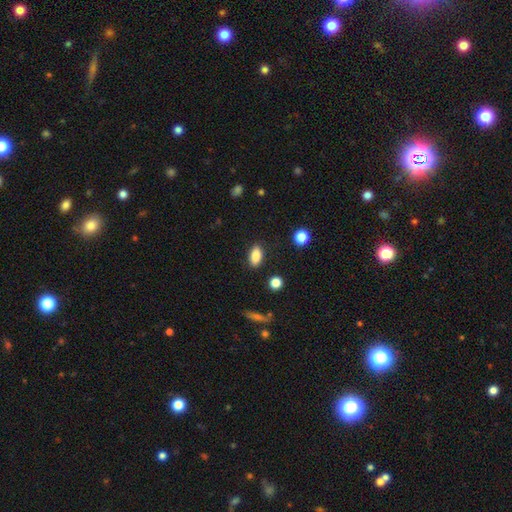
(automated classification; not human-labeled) Smooth or featured?
  - smooth: 85% *
  - star or artifact: 8%
  - featured or disk: 7%
How rounded?
  - in between: 85% *
  - cigar-shaped: 10%
  - round: 5%
Merging?
  - none: 87% *
  - minor disturbance: 9%
  - major disturbance: 2%
  - merger: 2%